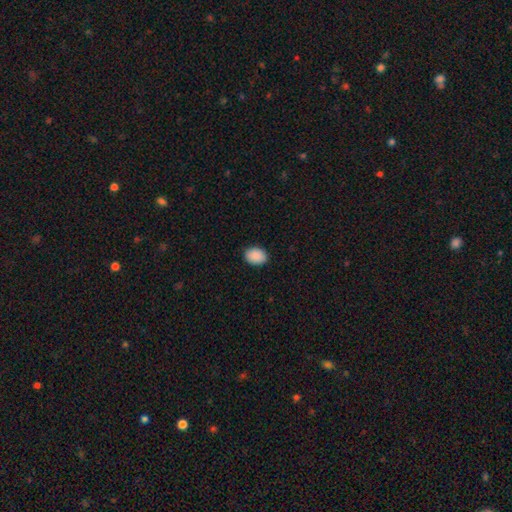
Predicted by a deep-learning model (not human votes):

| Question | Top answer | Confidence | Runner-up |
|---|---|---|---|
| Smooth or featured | smooth | 90% | star or artifact (7%) |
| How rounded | in between | 72% | round (27%) |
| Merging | none | 89% | minor disturbance (8%) |